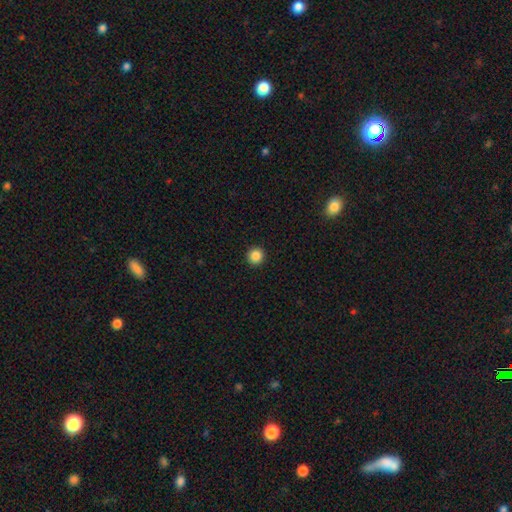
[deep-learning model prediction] Smooth or featured: smooth — 87% (star or artifact — 10%)
How rounded: round — 95% (in between — 4%)
Merging: none — 94% (minor disturbance — 4%)